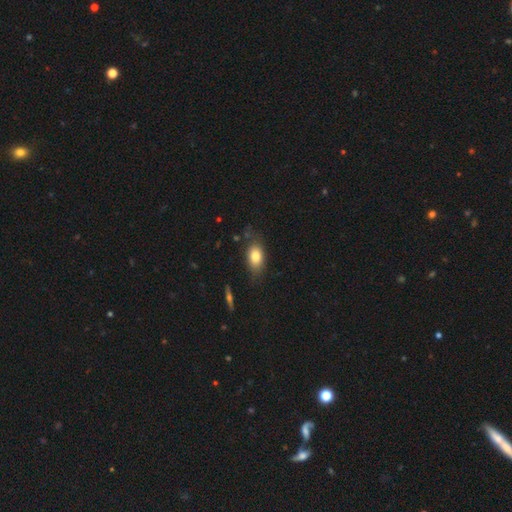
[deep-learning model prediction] Q: Smooth or featured?
A: smooth (80%); runner-up: featured or disk (12%)
Q: How rounded?
A: in between (85%); runner-up: round (11%)
Q: Merging?
A: none (74%); runner-up: minor disturbance (19%)